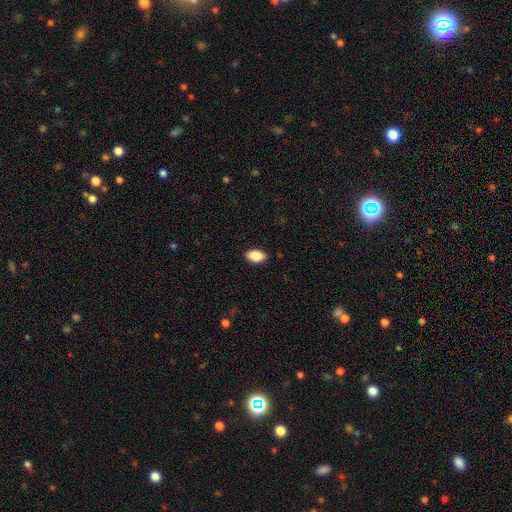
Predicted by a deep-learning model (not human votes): Smooth or featured? Predicted: smooth (p=0.88). How rounded? Predicted: in between (p=0.92). Merging? Predicted: none (p=0.89).